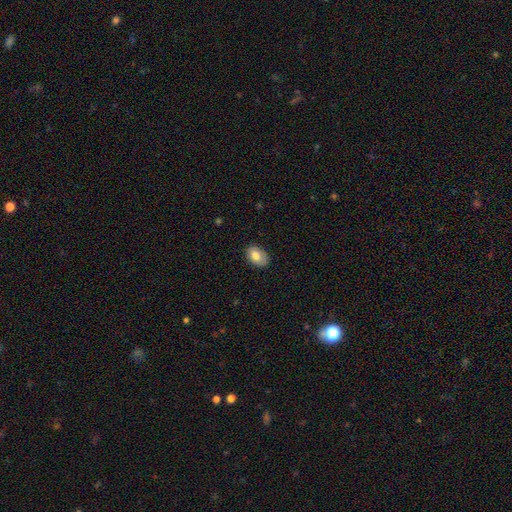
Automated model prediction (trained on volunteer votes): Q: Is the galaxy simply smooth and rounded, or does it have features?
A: smooth — 78%.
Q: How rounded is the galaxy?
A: in between — 87%.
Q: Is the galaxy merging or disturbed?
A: none — 81%.